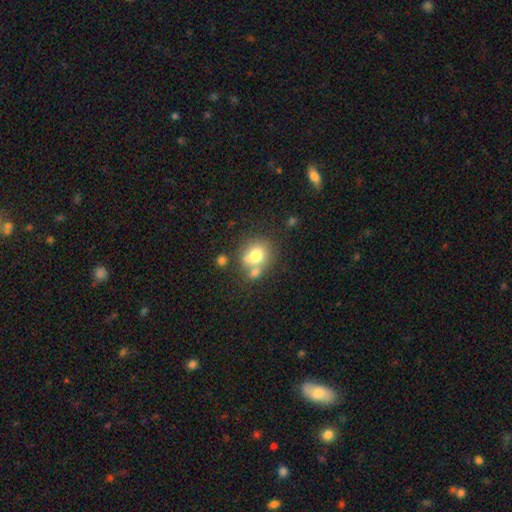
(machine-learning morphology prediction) This is likely a smooth galaxy (74%). How rounded: likely round (68%). Merging: possibly none (48%).